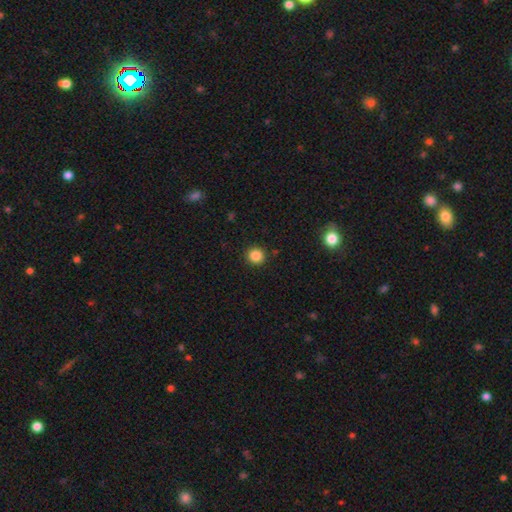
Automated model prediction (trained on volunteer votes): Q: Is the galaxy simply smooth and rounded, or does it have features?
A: smooth — 85%.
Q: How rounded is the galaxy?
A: round — 93%.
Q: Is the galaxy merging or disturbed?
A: none — 92%.